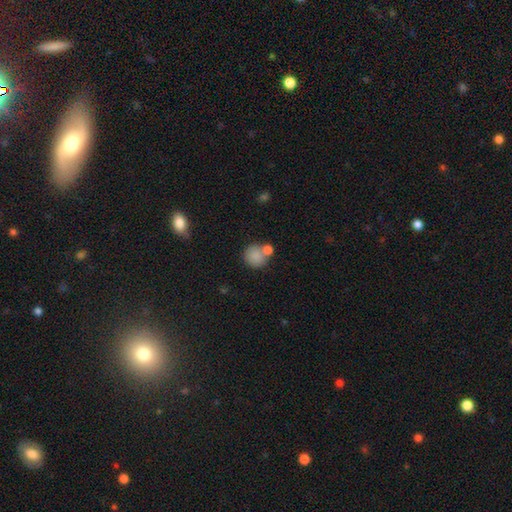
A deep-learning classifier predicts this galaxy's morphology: A smooth galaxy with no disk features (84%) that is round (89%).

Vote fractions:
- Smooth or featured? smooth: 84% / star or artifact: 9% / featured or disk: 7%
- How rounded? round: 89% / in between: 10% / cigar-shaped: 1%
- Merging? none: 61% / merger: 24% / minor disturbance: 11% / major disturbance: 4%